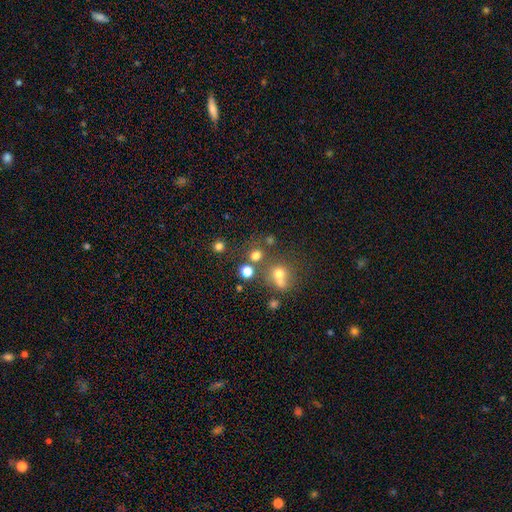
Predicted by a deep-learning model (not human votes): Smooth or featured: smooth — 71% (star or artifact — 20%)
How rounded: round — 84% (in between — 15%)
Merging: none — 66% (merger — 21%)